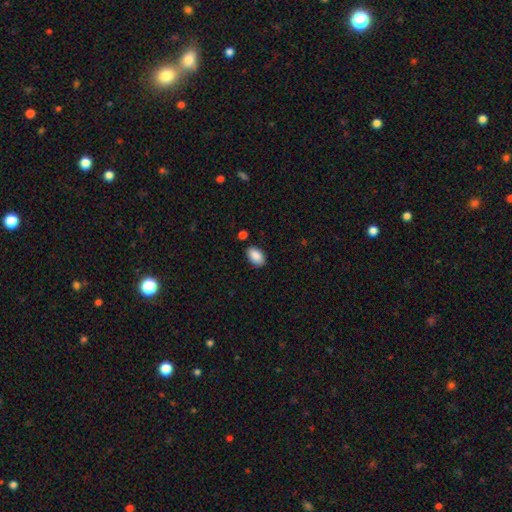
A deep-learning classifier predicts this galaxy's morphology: A smooth galaxy with no disk features (89%) that is in between round and cigar-shaped (93%).

Vote fractions:
- Smooth or featured? smooth: 89% / star or artifact: 7% / featured or disk: 4%
- How rounded? in between: 93% / round: 6% / cigar-shaped: 1%
- Merging? none: 84% / minor disturbance: 11% / merger: 3% / major disturbance: 2%